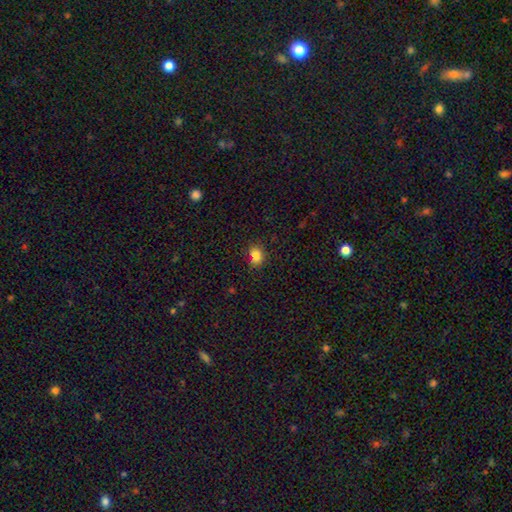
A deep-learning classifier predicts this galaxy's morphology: The model was most divided on "how rounded": in between: 53%, round: 46%, cigar-shaped: 1%. More confident: smooth or featured — smooth (83%); merging — none (76%).